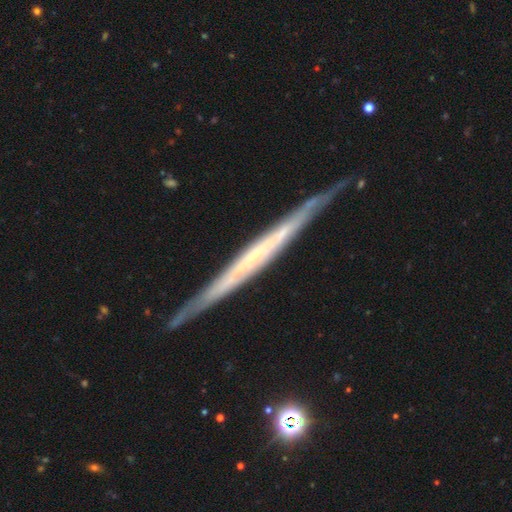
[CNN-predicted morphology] Overall: featured or disk (74%). Edge-on disk: yes (96%). Edge-on bulge: none (77%). Merging: none (85%).